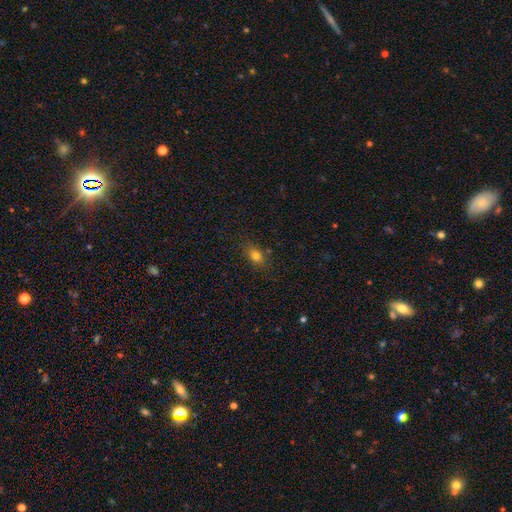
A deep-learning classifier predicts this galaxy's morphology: Smooth or featured? smooth (79%)
How rounded? in between (72%)
Merging? none (78%)